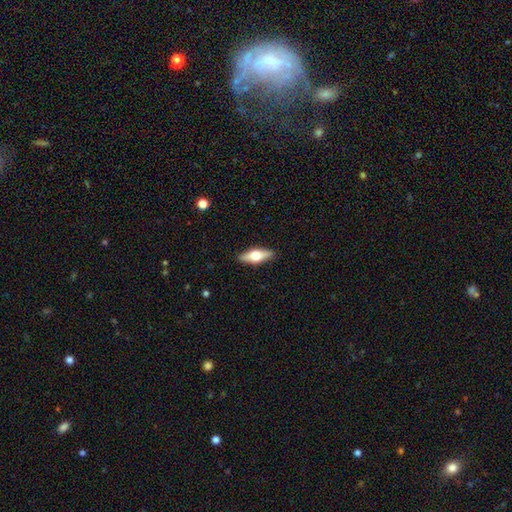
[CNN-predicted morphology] Smooth or featured?
  - featured or disk: 51% *
  - smooth: 43%
  - star or artifact: 6%
Edge-on disk?
  - yes: 93% *
  - no: 7%
Merging?
  - none: 89% *
  - minor disturbance: 8%
  - major disturbance: 2%
  - merger: 1%